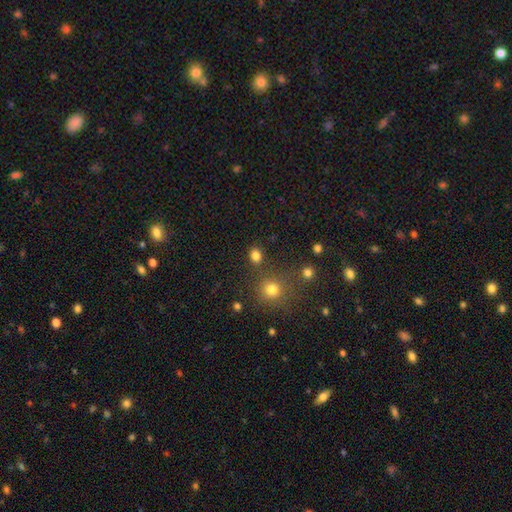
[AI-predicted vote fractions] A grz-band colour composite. It shows a smooth galaxy with no disk features (81%) that is round (58%). Merging: none (80%).